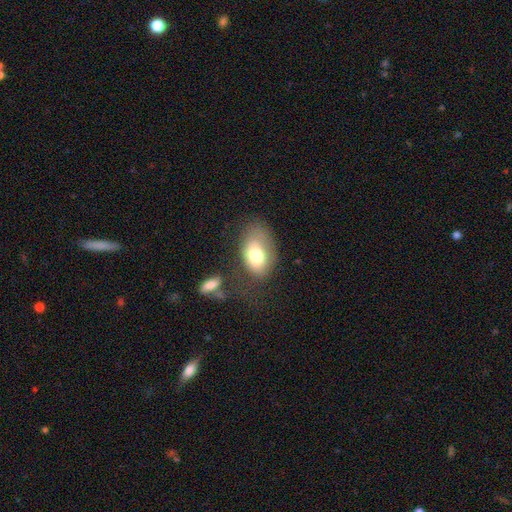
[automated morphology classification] Smooth or featured? Predicted: smooth (p=0.73). How rounded? Predicted: in between (p=0.87). Merging? Predicted: none (p=0.51).